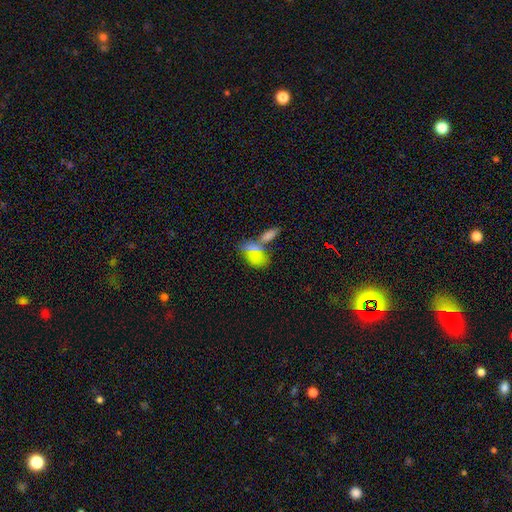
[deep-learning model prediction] This appears to be a smooth galaxy with no disk features (74%) that is in between round and cigar-shaped (84%). Merging: none (43%).